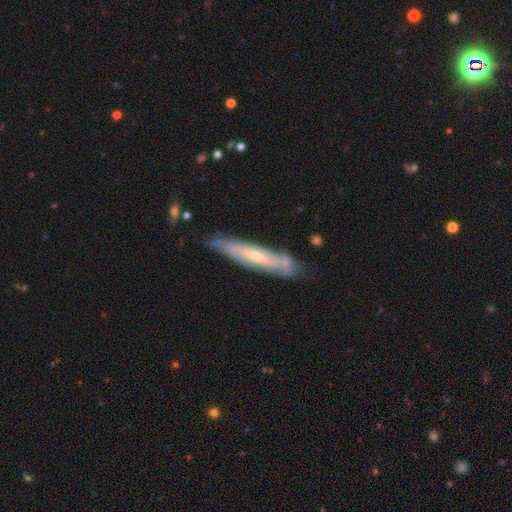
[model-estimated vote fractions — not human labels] smooth-or-featured: featured or disk: 65% | smooth: 29% | star or artifact: 6%
  disk-edge-on: yes: 54% | no: 46%
  merging: none: 69% | minor disturbance: 22% | major disturbance: 5% | merger: 4%